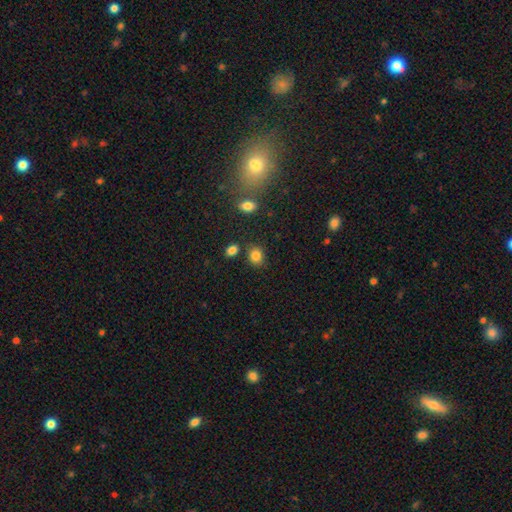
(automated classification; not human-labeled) Q: Smooth or featured?
A: smooth (84%); runner-up: star or artifact (11%)
Q: How rounded?
A: round (57%); runner-up: in between (41%)
Q: Merging?
A: none (78%); runner-up: minor disturbance (11%)